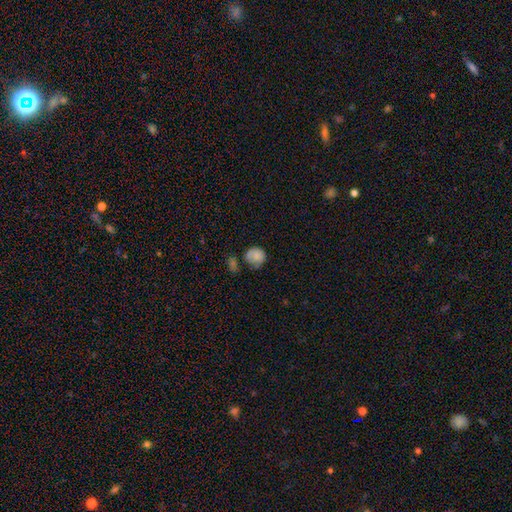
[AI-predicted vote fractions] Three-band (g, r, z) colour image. It shows a smooth galaxy with no disk features (75%) that is round (76%). Merging: none (44%).